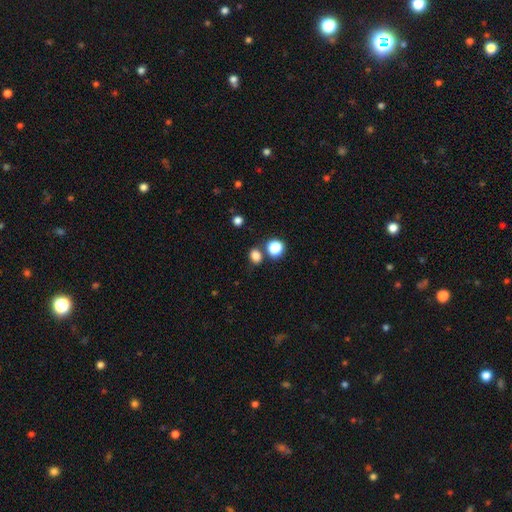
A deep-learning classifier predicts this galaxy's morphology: A smooth galaxy with no disk features (80%) that is round (50%). Merging: none (74%).